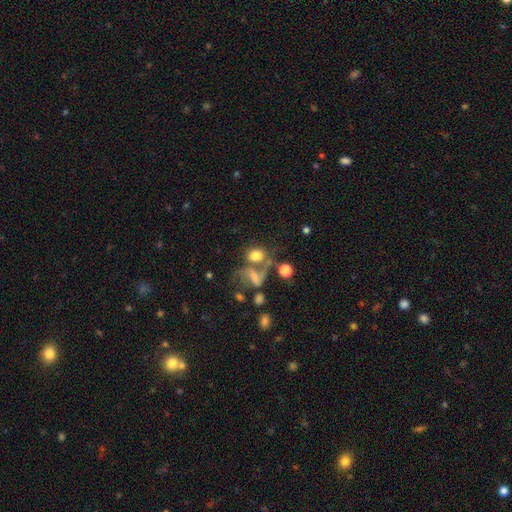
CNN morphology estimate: A smooth galaxy with no disk features (66%) that is round (52%).

Vote fractions:
- Smooth or featured? smooth: 66% / featured or disk: 22% / star or artifact: 13%
- How rounded? round: 52% / in between: 46% / cigar-shaped: 2%
- Merging? merger: 42% / none: 31% / major disturbance: 15% / minor disturbance: 12%